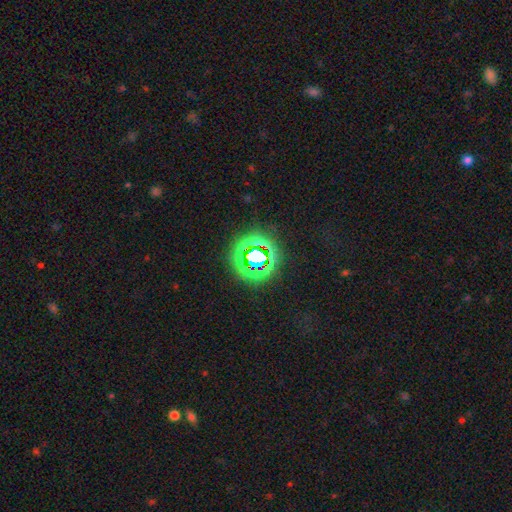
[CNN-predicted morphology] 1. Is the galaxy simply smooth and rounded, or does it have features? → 69% star or artifact, 19% smooth, 12% featured or disk.